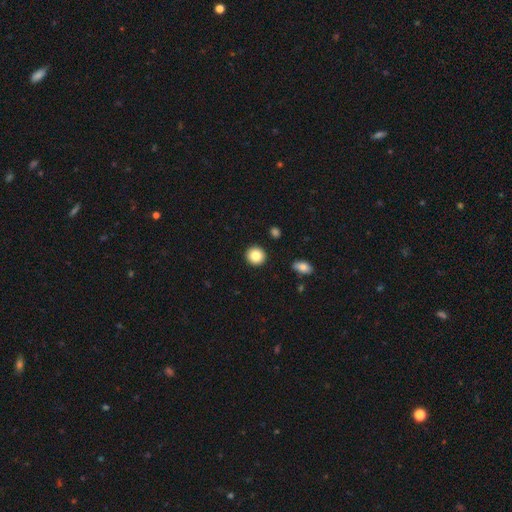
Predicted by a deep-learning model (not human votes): Smooth or featured? smooth (85%)
How rounded? round (91%)
Merging? none (91%)